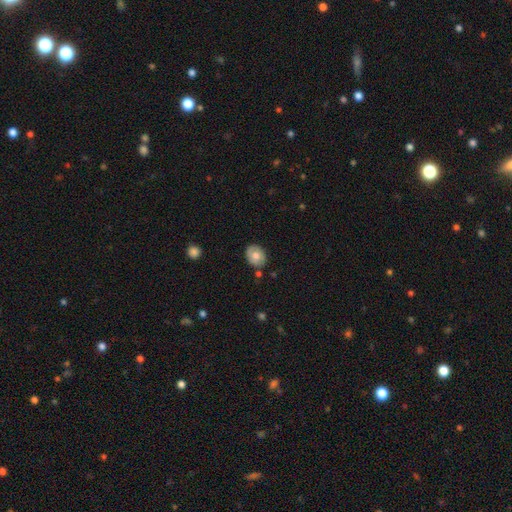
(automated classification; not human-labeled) This appears to be a smooth galaxy with no disk features (64%) that is round (51%). Merging: none (79%).